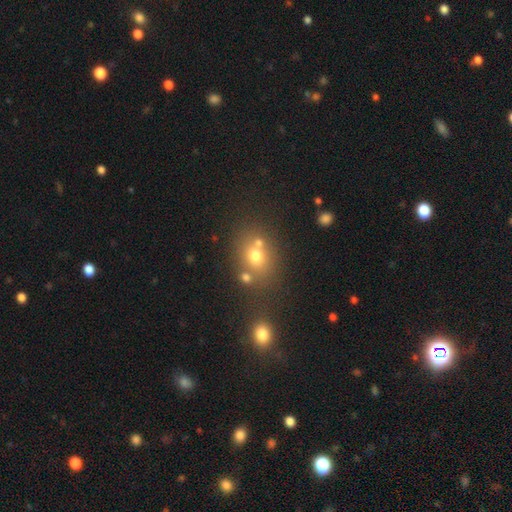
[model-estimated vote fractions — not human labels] Morphology: type=smooth (68%); roundness=round (60%); merging=none (59%).